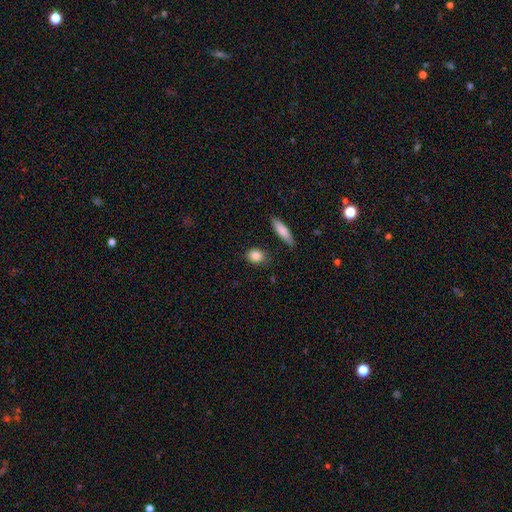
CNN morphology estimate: smooth-or-featured: smooth: 87% | star or artifact: 8% | featured or disk: 5%
  how-rounded: in between: 49% | round: 46% | cigar-shaped: 5%
  merging: none: 80% | minor disturbance: 14% | major disturbance: 3% | merger: 3%